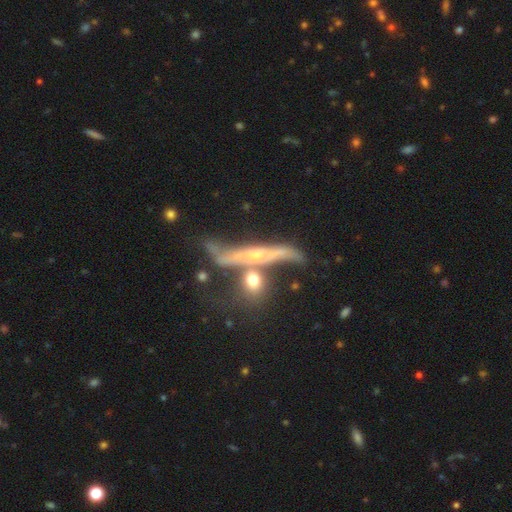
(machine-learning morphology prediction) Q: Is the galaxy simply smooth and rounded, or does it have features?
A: featured or disk — 78%.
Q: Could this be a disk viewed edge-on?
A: yes — 75%.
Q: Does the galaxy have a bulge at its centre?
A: rounded — 79%.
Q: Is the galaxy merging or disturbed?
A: none — 40%.